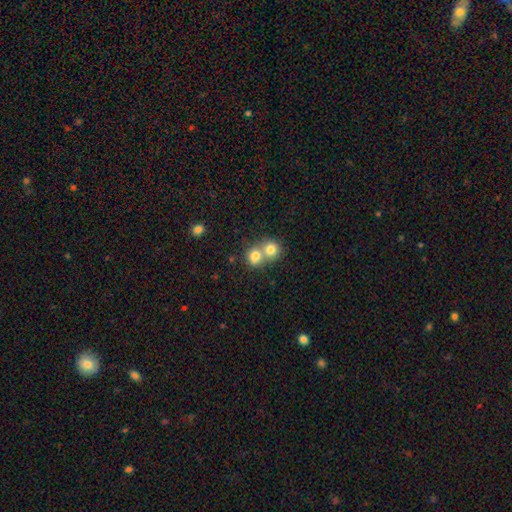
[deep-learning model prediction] This appears to be a smooth galaxy with no disk features (77%) that is round (76%). Merging: merger (64%).